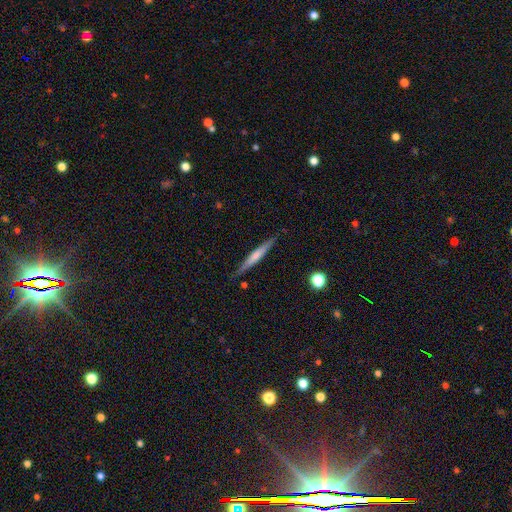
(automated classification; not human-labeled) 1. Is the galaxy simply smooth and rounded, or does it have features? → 50% smooth, 45% featured or disk, 6% star or artifact.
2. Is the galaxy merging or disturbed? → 86% none, 11% minor disturbance, 2% major disturbance, 2% merger.